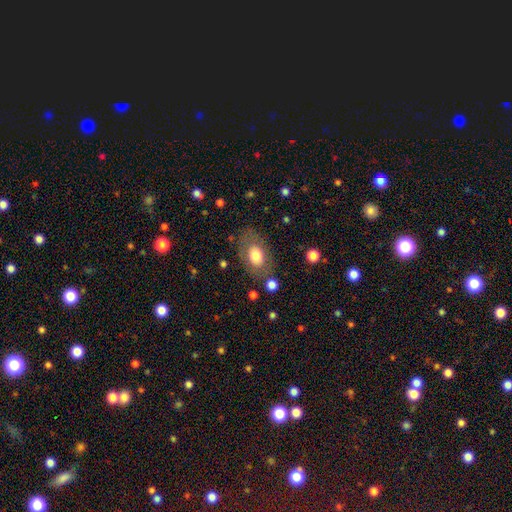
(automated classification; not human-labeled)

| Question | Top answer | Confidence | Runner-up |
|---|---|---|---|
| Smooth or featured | smooth | 72% | featured or disk (20%) |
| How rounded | in between | 83% | round (16%) |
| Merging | none | 76% | minor disturbance (15%) |